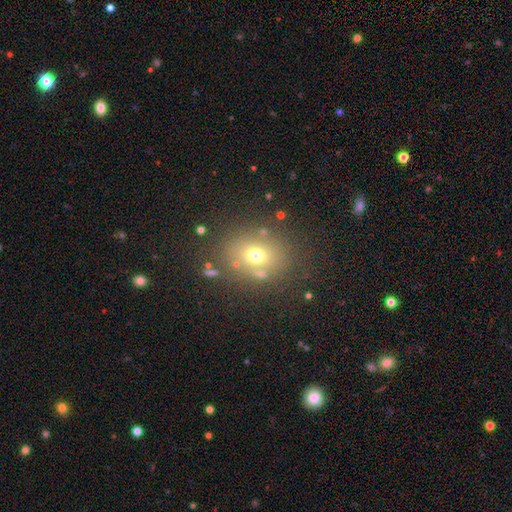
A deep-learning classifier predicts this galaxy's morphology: Smooth or featured: smooth — 65% (star or artifact — 19%)
How rounded: round — 56% (in between — 43%)
Merging: none — 75% (minor disturbance — 12%)